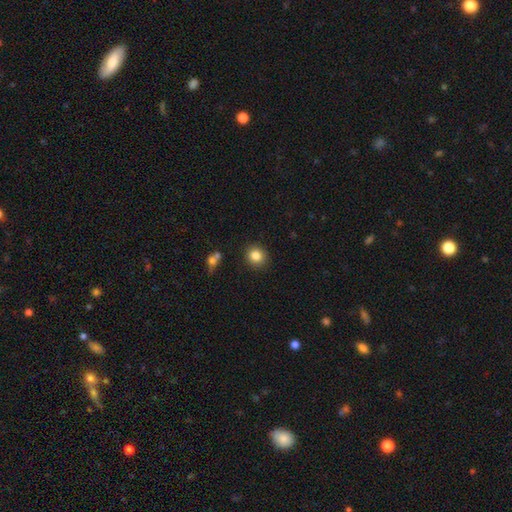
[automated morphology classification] A smooth galaxy with no disk features (84%) that is round (86%).

Vote fractions:
- Smooth or featured? smooth: 84% / star or artifact: 10% / featured or disk: 6%
- How rounded? round: 86% / in between: 13% / cigar-shaped: 1%
- Merging? none: 88% / minor disturbance: 7% / merger: 2% / major disturbance: 2%